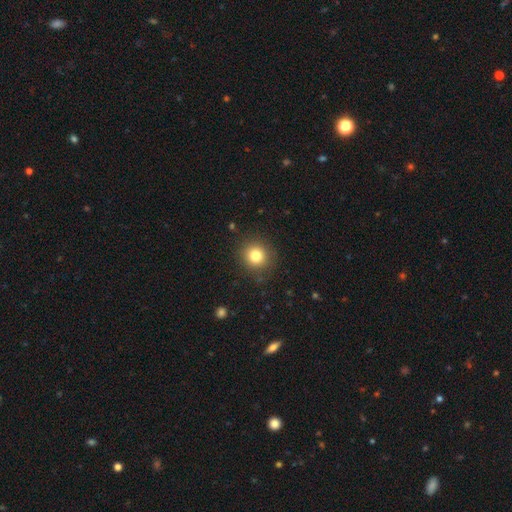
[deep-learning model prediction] Morphology: type=smooth (81%); roundness=round (90%); merging=none (88%).